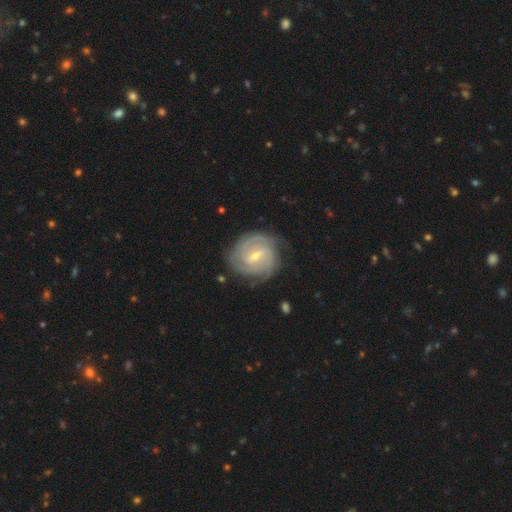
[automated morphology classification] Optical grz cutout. It shows a featured or disk galaxy (87%) with a weak bar (58%), 2 (26%) tight (74%) spiral arms (97%) and a small central bulge (57%). Merging: none (79%).